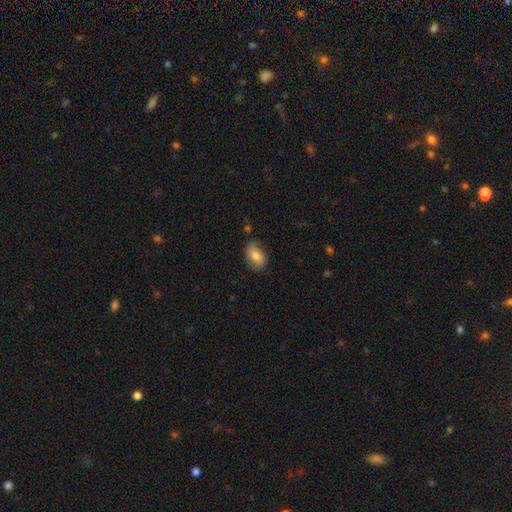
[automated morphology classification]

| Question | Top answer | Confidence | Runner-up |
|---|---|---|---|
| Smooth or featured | smooth | 74% | featured or disk (18%) |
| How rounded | in between | 88% | round (10%) |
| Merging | none | 73% | minor disturbance (21%) |